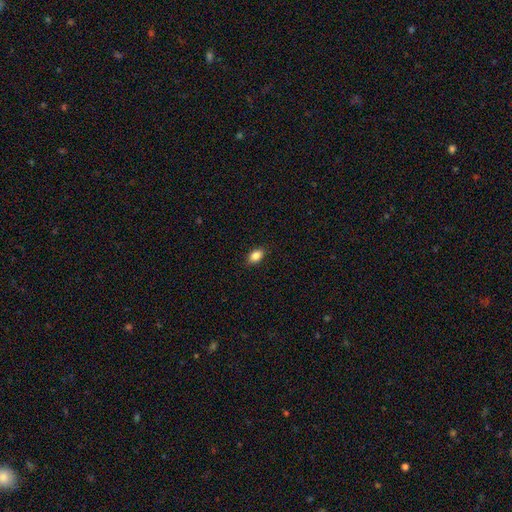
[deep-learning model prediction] smooth_or_featured: smooth (p=0.87) [alt: star or artifact p=0.08]
how_rounded: in between (p=0.86) [alt: round p=0.12]
merging: none (p=0.89) [alt: minor disturbance p=0.08]